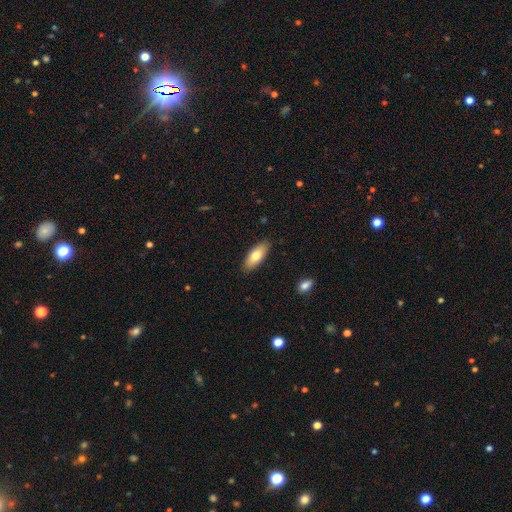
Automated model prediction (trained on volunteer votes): smooth-or-featured: smooth: 76% | featured or disk: 18% | star or artifact: 6%
  how-rounded: in between: 80% | cigar-shaped: 18% | round: 2%
  merging: none: 88% | minor disturbance: 9% | major disturbance: 2% | merger: 1%